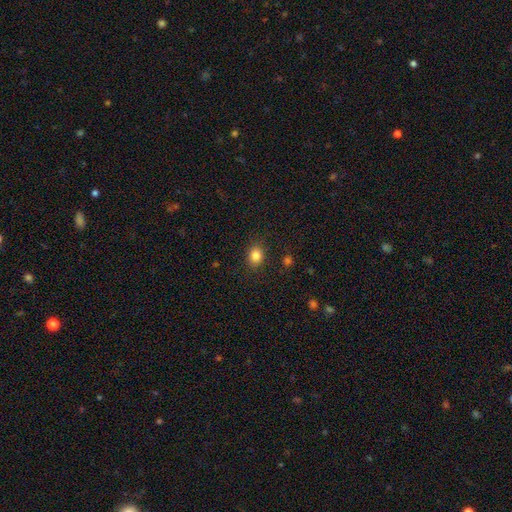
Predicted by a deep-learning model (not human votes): Smooth or featured?
  - smooth: 84% *
  - star or artifact: 11%
  - featured or disk: 5%
How rounded?
  - round: 50% *
  - in between: 49%
  - cigar-shaped: 1%
Merging?
  - none: 86% *
  - minor disturbance: 9%
  - major disturbance: 3%
  - merger: 1%